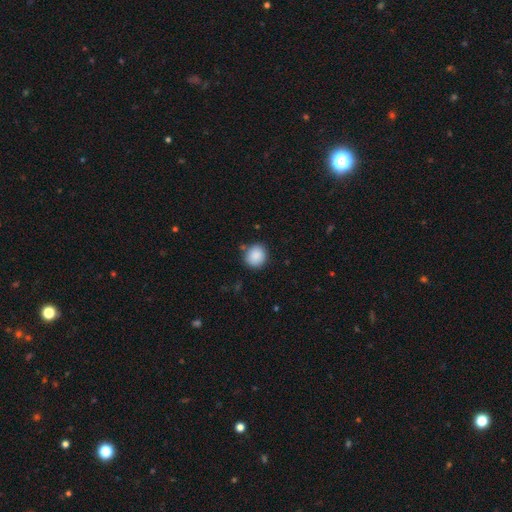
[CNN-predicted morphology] Smooth or featured: smooth — 89% (star or artifact — 8%)
How rounded: round — 83% (in between — 16%)
Merging: none — 82% (minor disturbance — 12%)